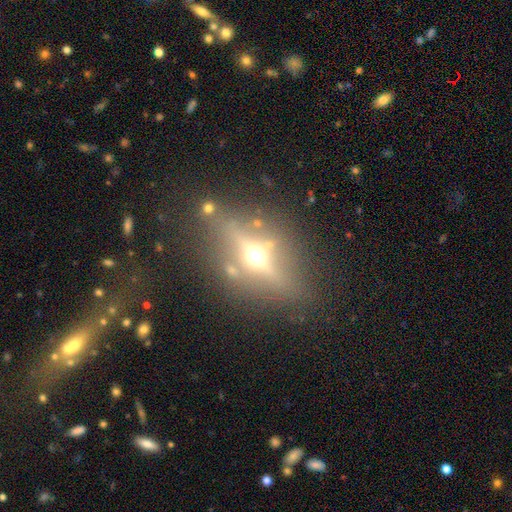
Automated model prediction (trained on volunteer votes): This appears to be a featured or disk galaxy (69%) viewed edge-on (85%) with a rounded central bulge (96%). Merging: none (79%).